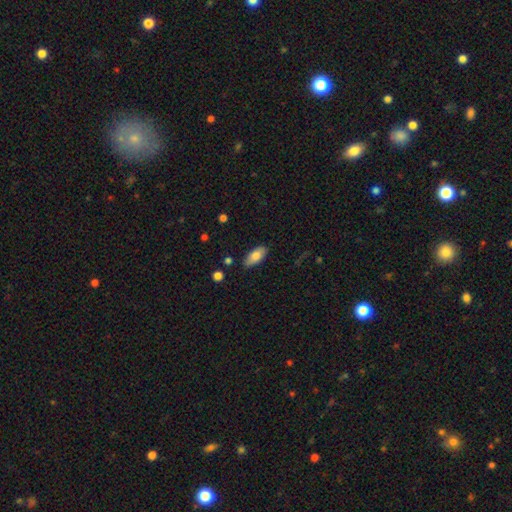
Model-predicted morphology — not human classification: smooth_or_featured: smooth (p=0.78) [alt: featured or disk p=0.16]
how_rounded: in between (p=0.88) [alt: cigar-shaped p=0.10]
merging: none (p=0.82) [alt: minor disturbance p=0.14]